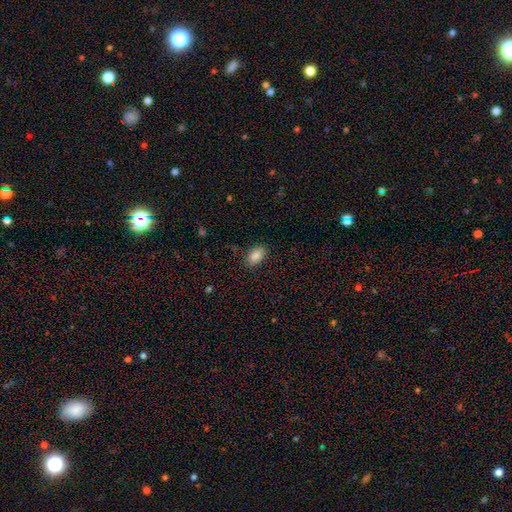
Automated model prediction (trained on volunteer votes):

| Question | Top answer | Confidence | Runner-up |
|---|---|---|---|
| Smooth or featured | smooth | 87% | star or artifact (8%) |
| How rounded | in between | 89% | round (9%) |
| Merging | none | 86% | minor disturbance (10%) |